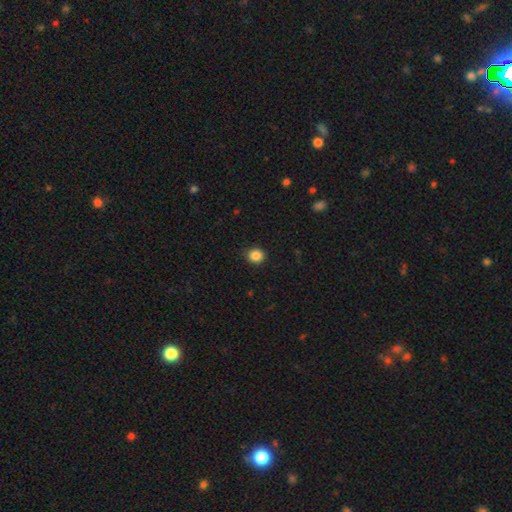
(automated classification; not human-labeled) The model was most divided on "how rounded": round: 80%, in between: 19%, cigar-shaped: 1%. More confident: merging — none (88%); smooth or featured — smooth (86%).